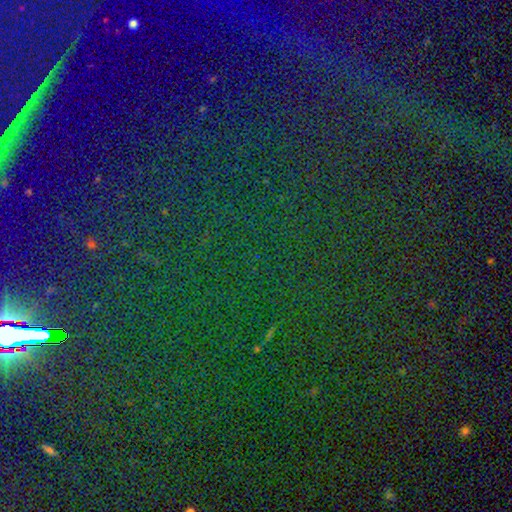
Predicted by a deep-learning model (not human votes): Morphology: type=star or artifact (83%).